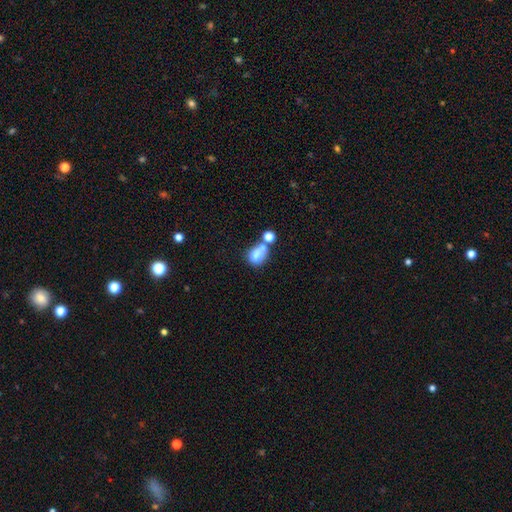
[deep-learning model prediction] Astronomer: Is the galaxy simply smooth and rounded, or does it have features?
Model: smooth — 70%.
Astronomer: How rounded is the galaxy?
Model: in between — 54% (runner-up: round, 45%).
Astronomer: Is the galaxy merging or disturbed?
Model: merger — 50% (runner-up: none, 28%).